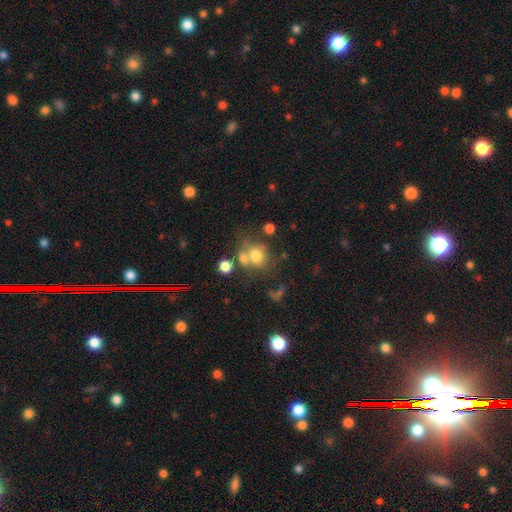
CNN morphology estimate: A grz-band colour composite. It shows a smooth galaxy with no disk features (70%) that is round (70%). Merging: none (47%).